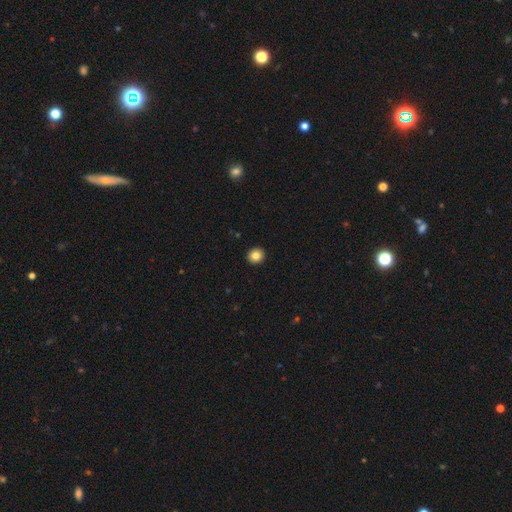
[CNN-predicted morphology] smooth 84%, star or artifact 10%, featured or disk 6%. Down the decision tree: how rounded — round (89%); merging — none (94%).